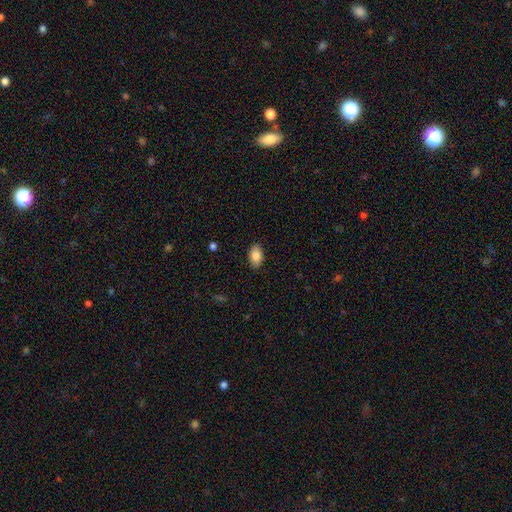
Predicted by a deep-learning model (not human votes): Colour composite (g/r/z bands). It shows a smooth galaxy with no disk features (86%) that is in between round and cigar-shaped (92%). Merging: none (88%).